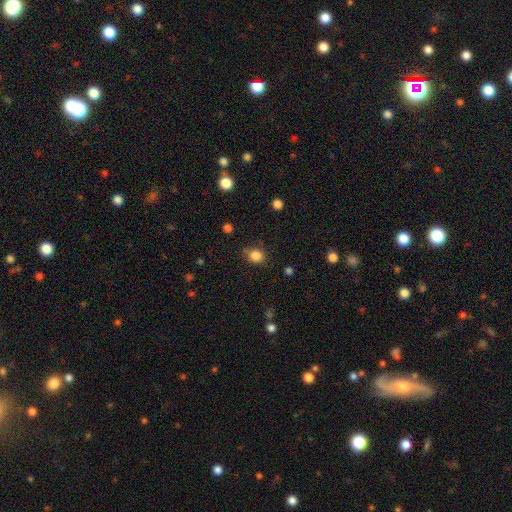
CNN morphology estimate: Overall: smooth (84%). How rounded: round (70%). Merging: none (73%).